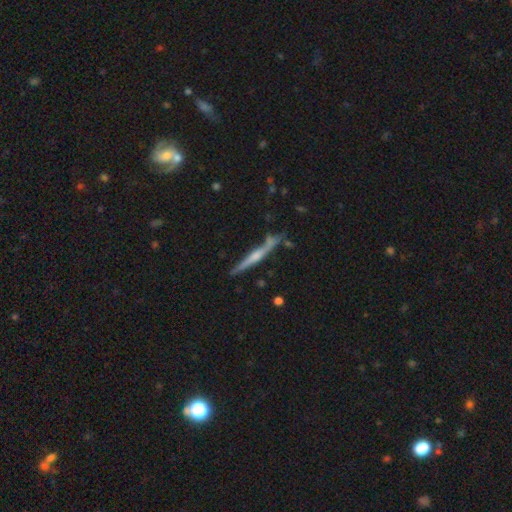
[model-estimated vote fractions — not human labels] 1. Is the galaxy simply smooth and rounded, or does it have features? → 69% featured or disk, 24% smooth, 6% star or artifact.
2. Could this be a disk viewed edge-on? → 97% yes, 3% no.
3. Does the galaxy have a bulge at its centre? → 67% rounded, 23% none, 9% boxy.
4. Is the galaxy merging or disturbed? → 80% none, 13% minor disturbance, 4% merger, 3% major disturbance.